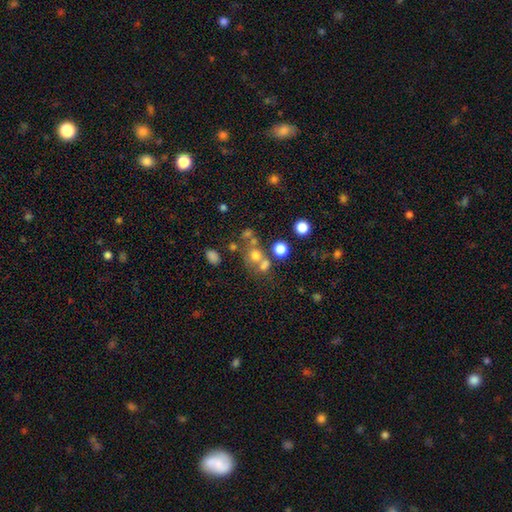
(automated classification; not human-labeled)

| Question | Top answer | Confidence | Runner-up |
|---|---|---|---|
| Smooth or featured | smooth | 64% | star or artifact (19%) |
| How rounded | round | 79% | in between (20%) |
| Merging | none | 46% | merger (36%) |